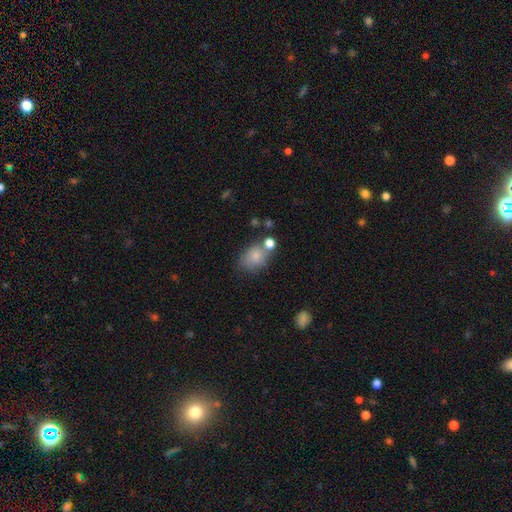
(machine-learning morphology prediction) The model was most divided on "merging": none: 51%, merger: 21%, minor disturbance: 20%, major disturbance: 8%. More confident: smooth or featured — smooth (80%); how rounded — in between (67%).